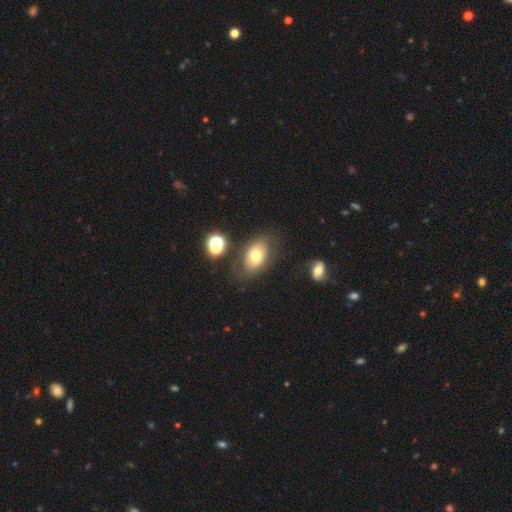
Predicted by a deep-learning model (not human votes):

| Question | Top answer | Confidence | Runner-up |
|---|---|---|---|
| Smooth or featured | smooth | 66% | featured or disk (23%) |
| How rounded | in between | 83% | round (15%) |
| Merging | none | 74% | minor disturbance (15%) |